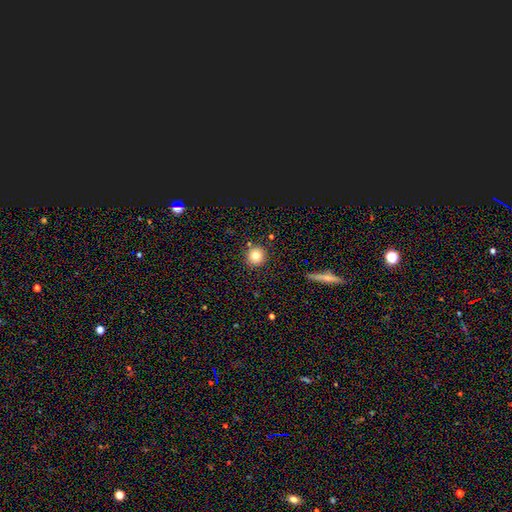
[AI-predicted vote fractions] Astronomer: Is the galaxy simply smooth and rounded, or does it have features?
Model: smooth — 80%.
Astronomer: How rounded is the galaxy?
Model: round — 93%.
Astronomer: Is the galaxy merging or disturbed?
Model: none — 88%.